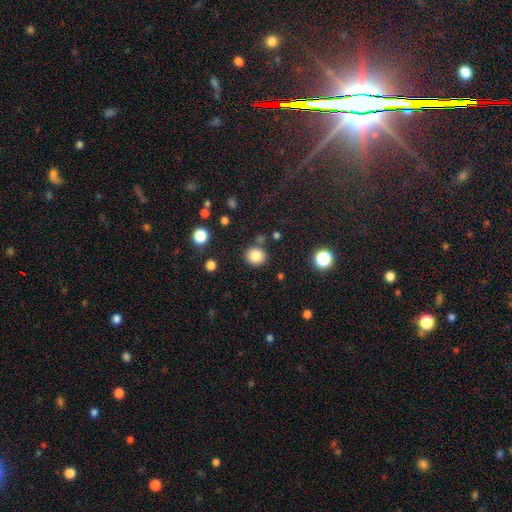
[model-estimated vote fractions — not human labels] A smooth galaxy with no disk features (84%) that is round (84%).

Vote fractions:
- Smooth or featured? smooth: 84% / star or artifact: 11% / featured or disk: 5%
- How rounded? round: 84% / in between: 15% / cigar-shaped: 1%
- Merging? none: 83% / minor disturbance: 9% / merger: 6% / major disturbance: 3%